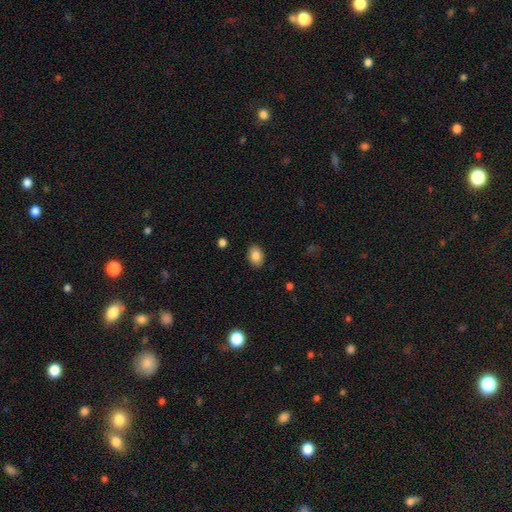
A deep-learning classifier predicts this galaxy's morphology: type=smooth (86%); roundness=in between (75%); merging=none (88%).